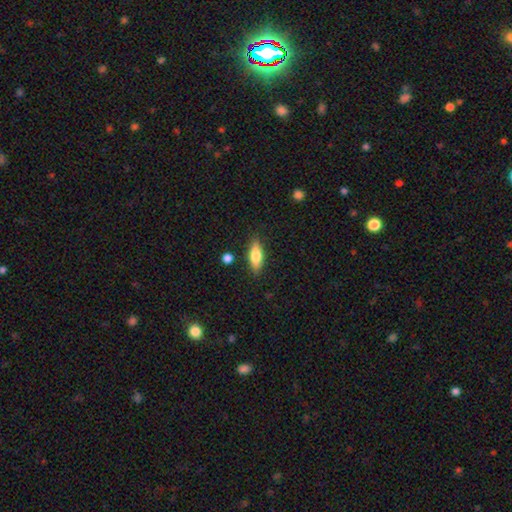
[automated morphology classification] smooth-or-featured: smooth: 70% | featured or disk: 23% | star or artifact: 7%
  how-rounded: in between: 65% | cigar-shaped: 32% | round: 3%
  merging: none: 84% | minor disturbance: 11% | merger: 3% | major disturbance: 2%